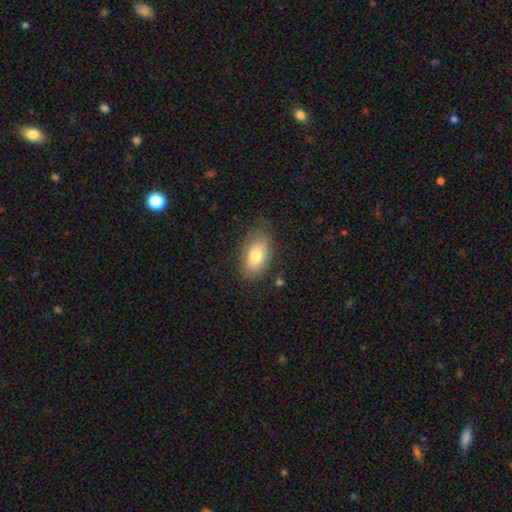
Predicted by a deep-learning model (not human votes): This appears to be a smooth galaxy with no disk features (78%) that is in between round and cigar-shaped (91%). Merging: none (78%).